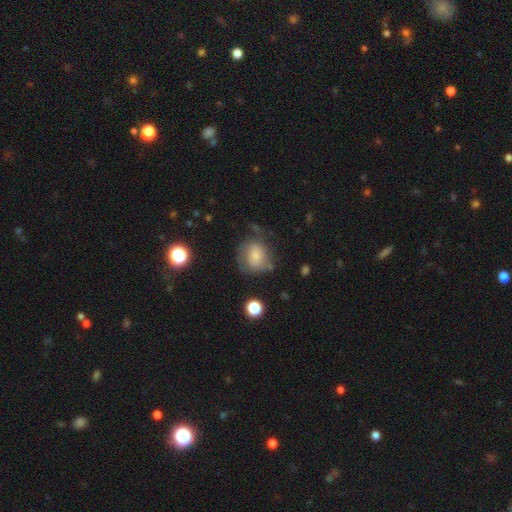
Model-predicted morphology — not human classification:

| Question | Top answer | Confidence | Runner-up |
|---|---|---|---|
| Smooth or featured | smooth | 61% | featured or disk (29%) |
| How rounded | round | 70% | in between (29%) |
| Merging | none | 47% | minor disturbance (28%) |